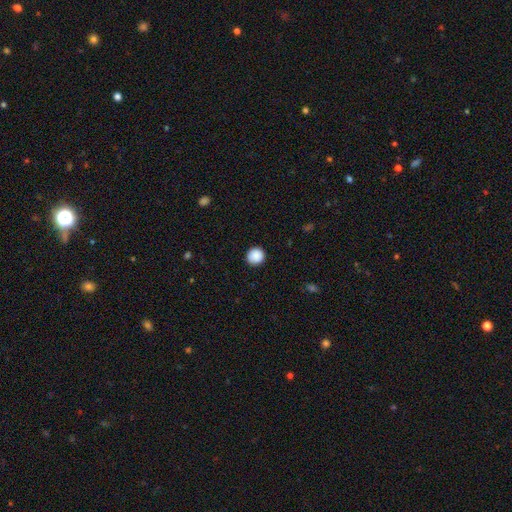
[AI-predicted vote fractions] Smooth or featured: smooth — 89% (star or artifact — 8%)
How rounded: round — 93% (in between — 6%)
Merging: none — 91% (minor disturbance — 6%)